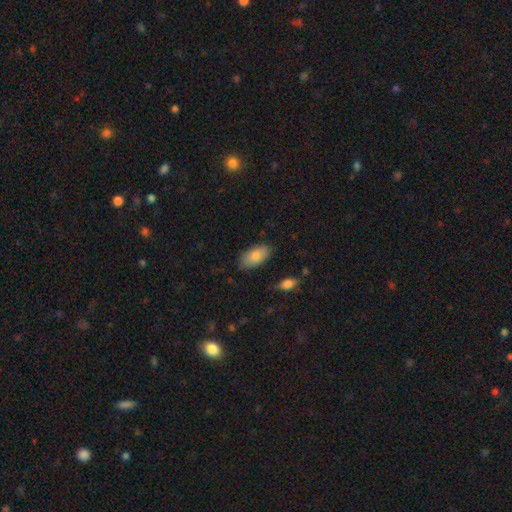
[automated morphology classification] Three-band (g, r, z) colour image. It shows a smooth galaxy with no disk features (85%) that is in between round and cigar-shaped (93%). Merging: none (82%).